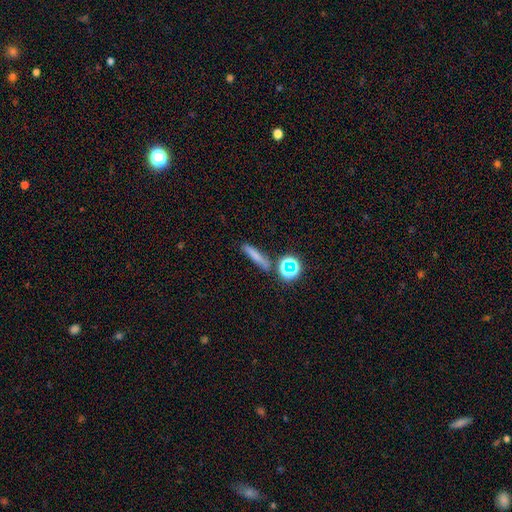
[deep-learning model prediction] Smooth or featured: smooth — 68% (featured or disk — 17%)
How rounded: cigar-shaped — 81% (in between — 11%)
Merging: none — 79% (minor disturbance — 11%)